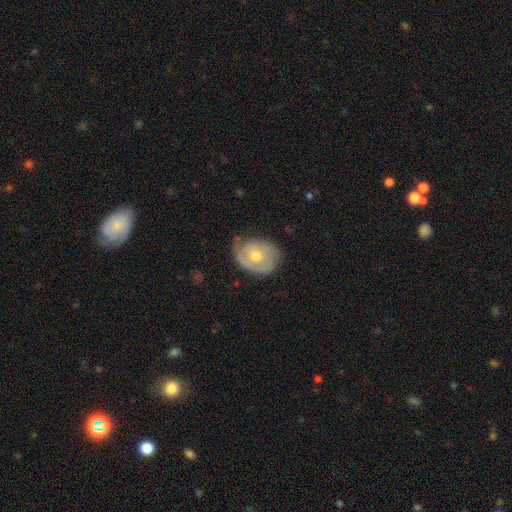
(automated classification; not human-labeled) Smooth or featured? featured or disk (70%)
Edge-on disk? no (96%)
Bar? no (74%)
Spiral arms? yes (87%)
Spiral winding? tight (59%)
Spiral arm count? 2 (39%)
Bulge size? moderate (63%)
Merging? none (61%)